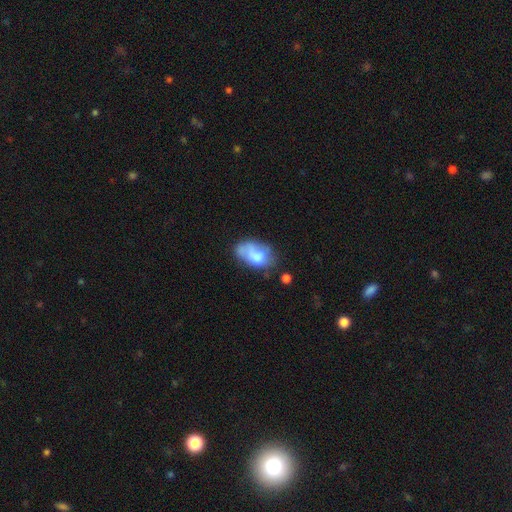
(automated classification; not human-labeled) This is likely a smooth galaxy (63%). How rounded: clearly in between (89%). Merging: marginally none (35%).